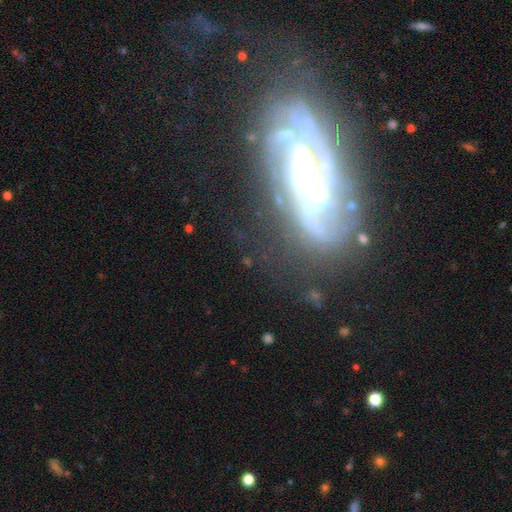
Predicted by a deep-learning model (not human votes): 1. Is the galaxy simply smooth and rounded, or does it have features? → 84% featured or disk, 9% star or artifact, 7% smooth.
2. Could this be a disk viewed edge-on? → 92% no, 8% yes.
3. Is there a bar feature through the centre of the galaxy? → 42% no, 35% weak, 23% strong.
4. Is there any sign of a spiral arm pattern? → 95% yes, 5% no.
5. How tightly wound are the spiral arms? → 52% tight, 37% medium, 11% loose.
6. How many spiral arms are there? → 35% 2, 22% can't tell, 22% 3, 9% 4, 6% more than 4, 6% 1.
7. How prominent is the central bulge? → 41% moderate (tied), 41% small (tied), 9% large, 7% none, 2% dominant.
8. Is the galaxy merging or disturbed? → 68% none, 18% minor disturbance, 11% major disturbance, 3% merger.